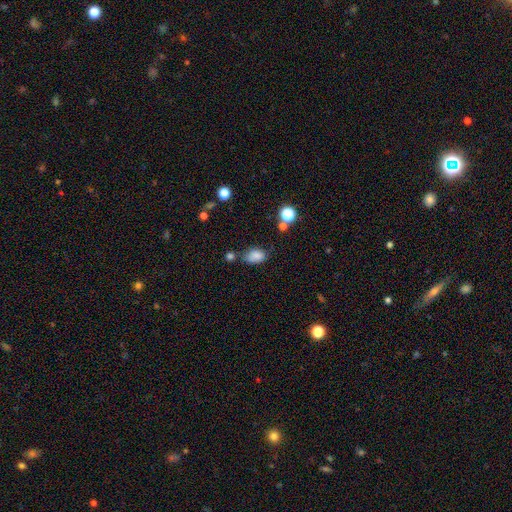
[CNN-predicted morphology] smooth 82%, star or artifact 11%, featured or disk 7%. Down the decision tree: how rounded — in between (83%); merging — none (57%).